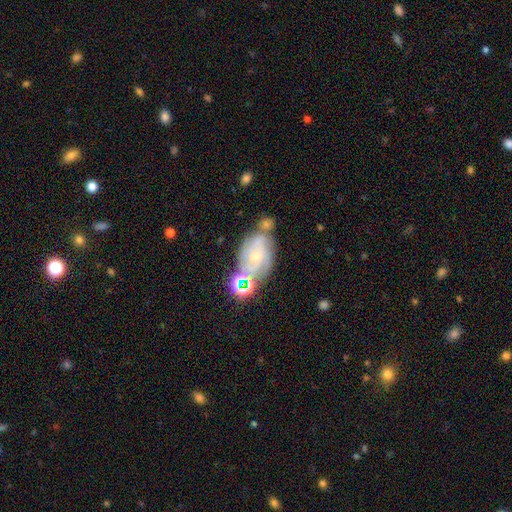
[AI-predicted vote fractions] Smooth or featured? Predicted: featured or disk (p=0.68). Edge-on disk? Predicted: no (p=0.96). Bar? Predicted: no (p=0.69). Spiral arms? Predicted: yes (p=0.85). Spiral winding? Predicted: tight (p=0.53). Spiral arm count? Predicted: can't tell (p=0.39). Bulge size? Predicted: small (p=0.66). Merging? Predicted: none (p=0.45).